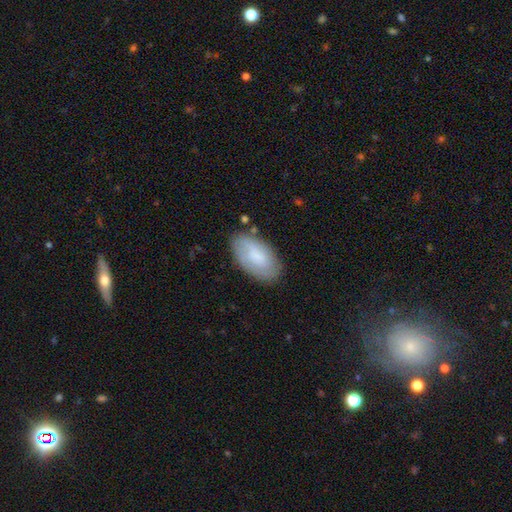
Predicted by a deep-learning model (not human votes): Smooth or featured: smooth — 65% (featured or disk — 28%)
How rounded: in between — 95% (round — 3%)
Merging: none — 75% (minor disturbance — 18%)